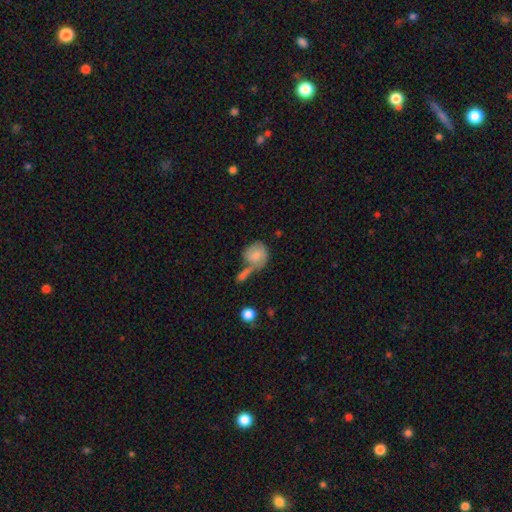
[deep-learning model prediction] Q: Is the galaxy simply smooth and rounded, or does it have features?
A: smooth — 66%.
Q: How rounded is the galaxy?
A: round — 75%.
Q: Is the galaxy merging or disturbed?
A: none — 35%, tied with merger.